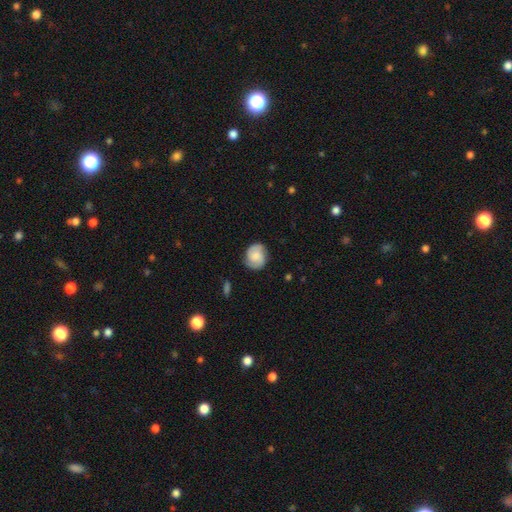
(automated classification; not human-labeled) Smooth or featured?
  - featured or disk: 48% *
  - smooth: 45%
  - star or artifact: 8%
Merging?
  - none: 80% *
  - minor disturbance: 15%
  - major disturbance: 4%
  - merger: 1%